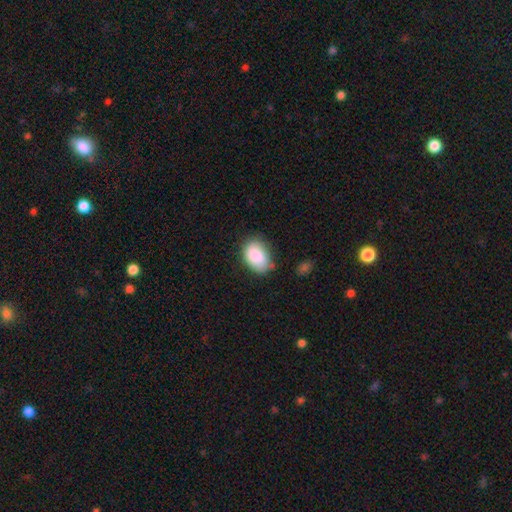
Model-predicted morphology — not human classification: smooth_or_featured: smooth (p=0.86) [alt: featured or disk p=0.07]
how_rounded: in between (p=0.84) [alt: round p=0.15]
merging: none (p=0.67) [alt: minor disturbance p=0.23]